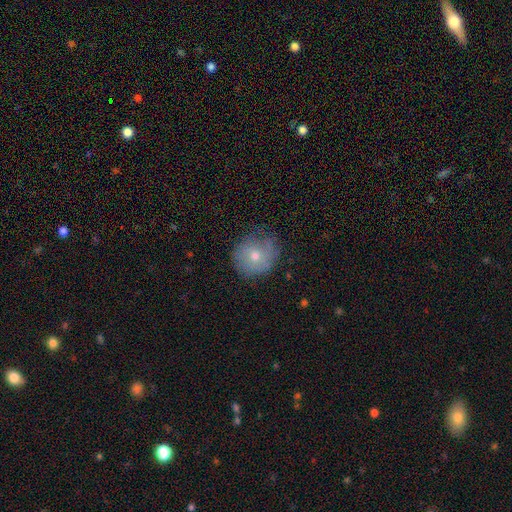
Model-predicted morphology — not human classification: smooth-or-featured: smooth: 58% | featured or disk: 30% | star or artifact: 12%
  how-rounded: round: 86% | in between: 13% | cigar-shaped: 1%
  merging: none: 69% | minor disturbance: 23% | major disturbance: 7% | merger: 1%